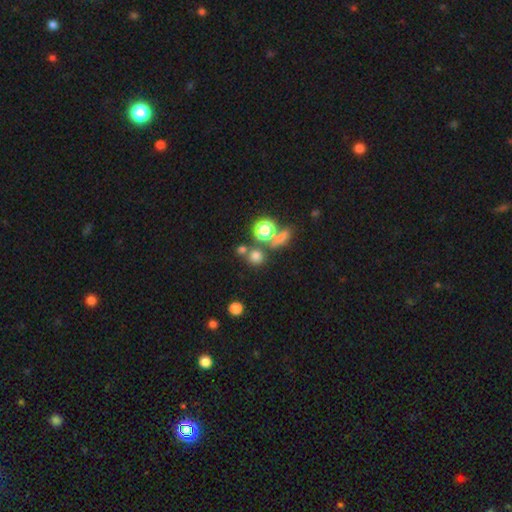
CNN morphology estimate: Q: Smooth or featured?
A: smooth (70%); runner-up: star or artifact (22%)
Q: How rounded?
A: round (88%); runner-up: in between (11%)
Q: Merging?
A: none (66%); runner-up: merger (21%)